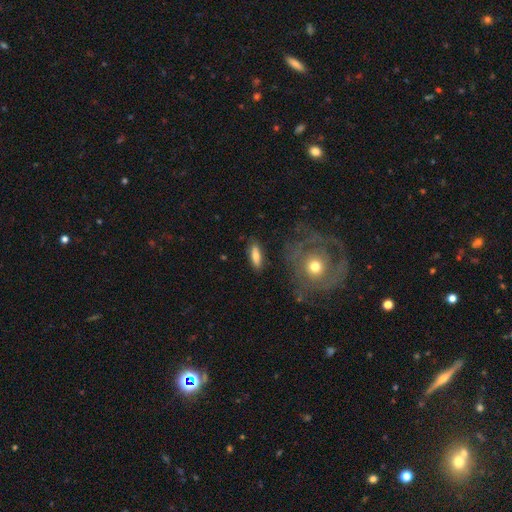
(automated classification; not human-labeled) Smooth or featured: smooth — 71% (featured or disk — 22%)
How rounded: in between — 58% (cigar-shaped — 39%)
Merging: none — 85% (minor disturbance — 10%)